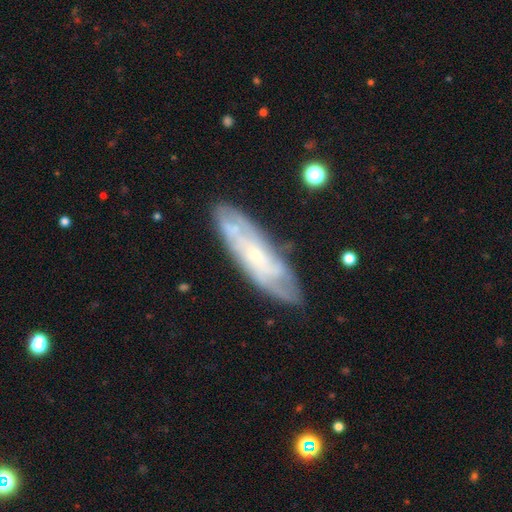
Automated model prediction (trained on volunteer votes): Smooth or featured?
  - featured or disk: 69% *
  - smooth: 24%
  - star or artifact: 7%
Edge-on disk?
  - no: 75% *
  - yes: 25%
Bar?
  - no: 68% *
  - weak: 26%
  - strong: 6%
Spiral arms?
  - yes: 85% *
  - no: 15%
Bulge size?
  - small: 66% *
  - moderate: 24%
  - none: 7%
  - large: 2%
  - dominant: 1%
Merging?
  - none: 77% *
  - minor disturbance: 17%
  - major disturbance: 4%
  - merger: 2%